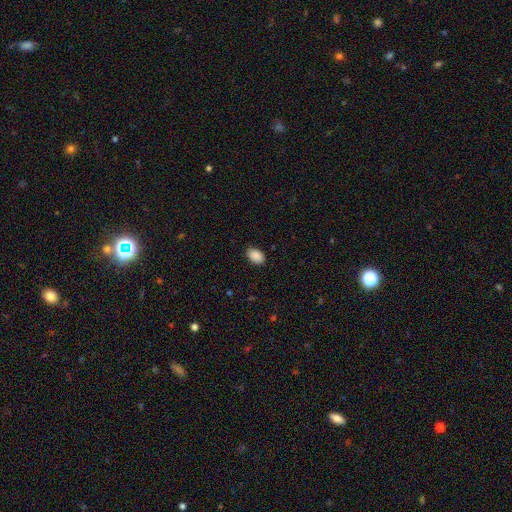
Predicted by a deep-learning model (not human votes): Smooth or featured? smooth (90%)
How rounded? in between (88%)
Merging? none (88%)